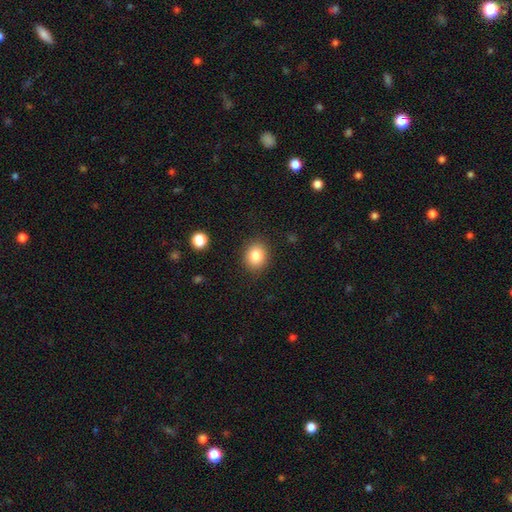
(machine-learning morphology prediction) type=smooth (83%); roundness=round (65%); merging=none (88%).